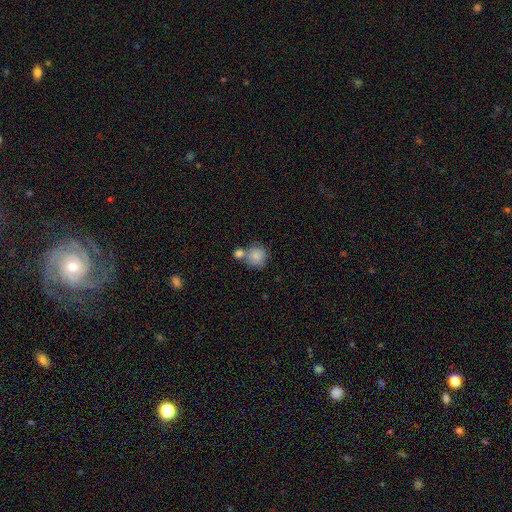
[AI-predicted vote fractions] Morphology: type=smooth (84%); roundness=round (87%); merging=none (44%).